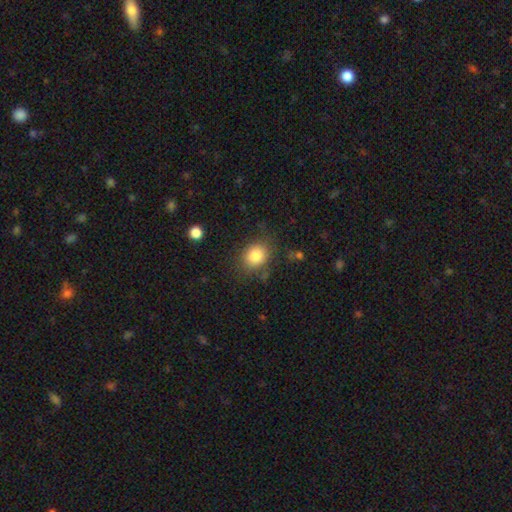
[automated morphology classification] Q: Smooth or featured?
A: smooth (83%); runner-up: star or artifact (10%)
Q: How rounded?
A: round (56%); runner-up: in between (43%)
Q: Merging?
A: none (77%); runner-up: minor disturbance (15%)